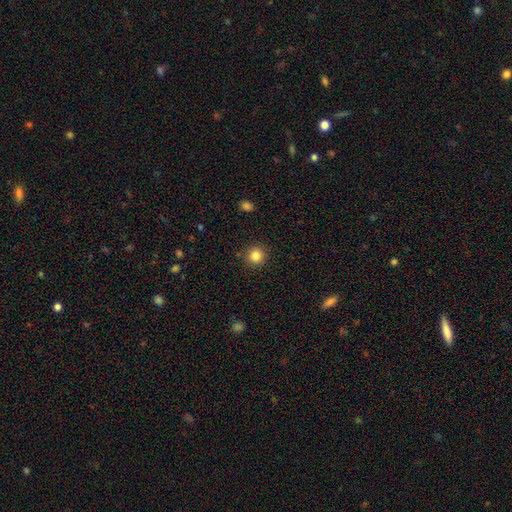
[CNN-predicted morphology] The model was most divided on "smooth or featured": smooth: 84%, star or artifact: 11%, featured or disk: 5%. More confident: how rounded — round (94%); merging — none (91%).